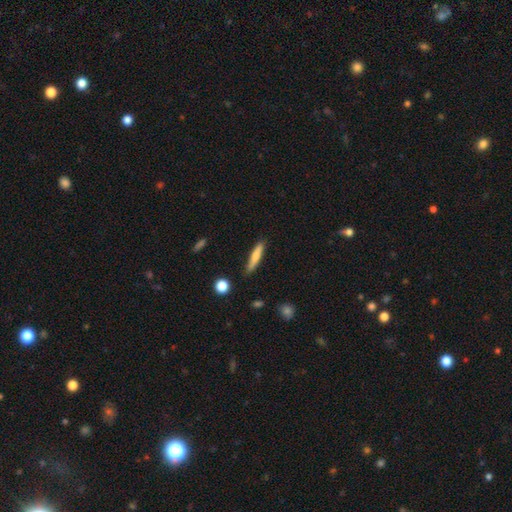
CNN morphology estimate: Smooth or featured? smooth (75%)
How rounded? cigar-shaped (90%)
Merging? none (84%)